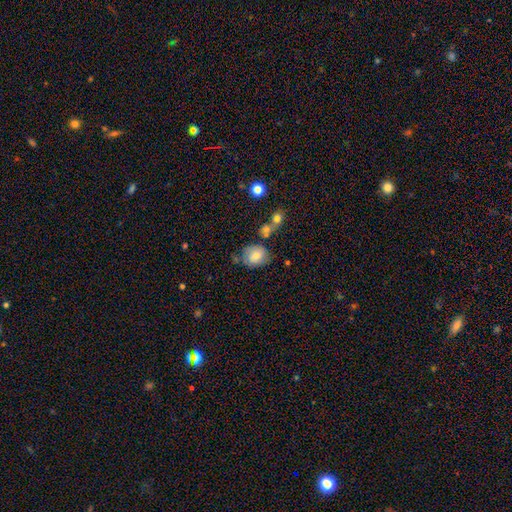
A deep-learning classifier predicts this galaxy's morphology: Smooth or featured? Predicted: smooth (p=0.75). How rounded? Predicted: in between (p=0.52). Merging? Predicted: none (p=0.55).